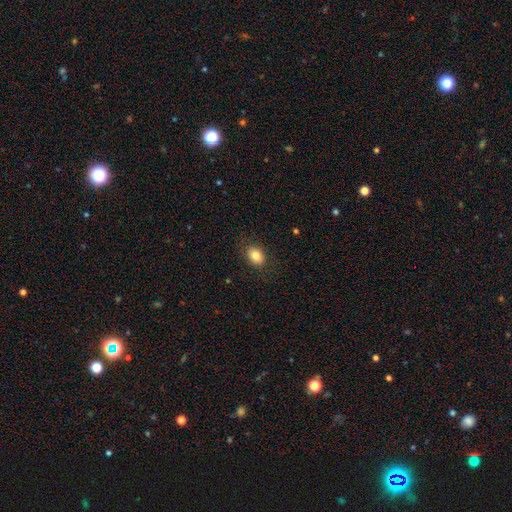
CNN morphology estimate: Smooth or featured: smooth — 84% (star or artifact — 9%)
How rounded: in between — 69% (round — 30%)
Merging: none — 85% (minor disturbance — 11%)